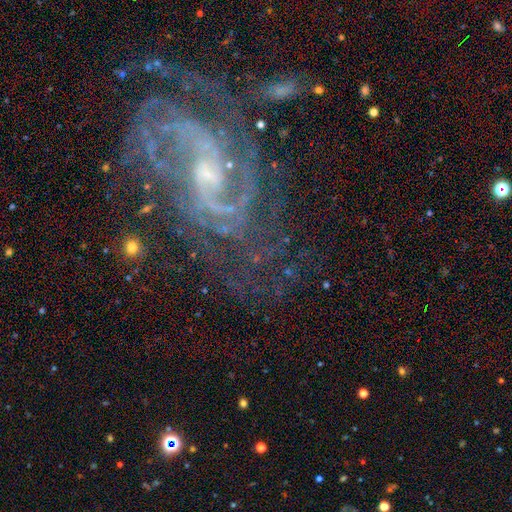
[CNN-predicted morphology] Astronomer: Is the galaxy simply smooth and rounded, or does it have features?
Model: featured or disk — 87%.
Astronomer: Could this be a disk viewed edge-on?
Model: no — 96%.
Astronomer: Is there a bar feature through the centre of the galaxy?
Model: weak — 46% (runner-up: no, 37%).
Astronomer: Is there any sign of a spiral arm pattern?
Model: yes — 96%.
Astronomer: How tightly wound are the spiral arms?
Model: tight — 45% (runner-up: medium, 43%).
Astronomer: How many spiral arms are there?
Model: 2 — 39% (runner-up: can't tell, 22%).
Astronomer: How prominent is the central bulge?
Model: small — 61%.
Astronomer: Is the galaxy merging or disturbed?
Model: none — 65%.